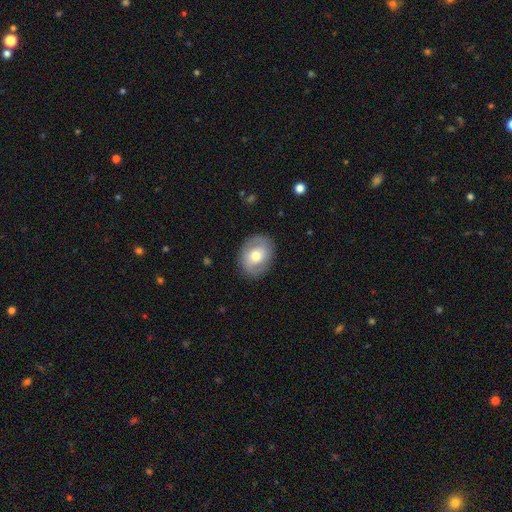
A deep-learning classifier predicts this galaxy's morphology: Smooth or featured? featured or disk (51%)
Edge-on disk? no (95%)
Merging? none (85%)